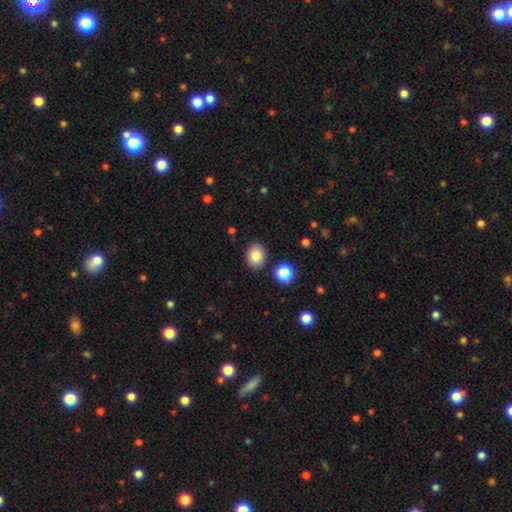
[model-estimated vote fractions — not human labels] This appears to be a smooth galaxy with no disk features (84%) that is in between round and cigar-shaped (64%). Merging: none (86%).